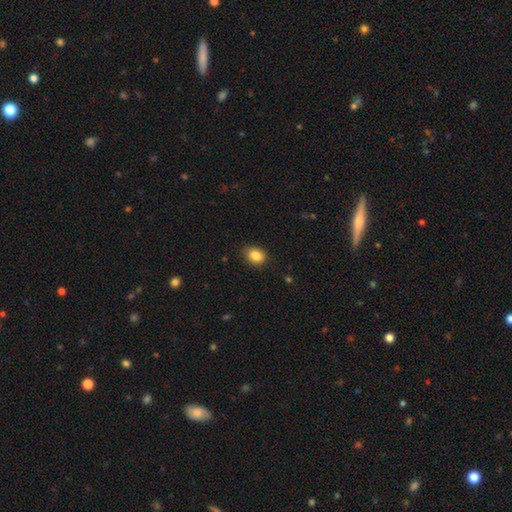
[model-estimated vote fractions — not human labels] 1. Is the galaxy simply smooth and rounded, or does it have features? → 86% smooth, 9% star or artifact, 5% featured or disk.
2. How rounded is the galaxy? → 68% in between, 31% round, 1% cigar-shaped.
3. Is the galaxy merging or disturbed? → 83% none, 14% minor disturbance, 3% major disturbance, 1% merger.